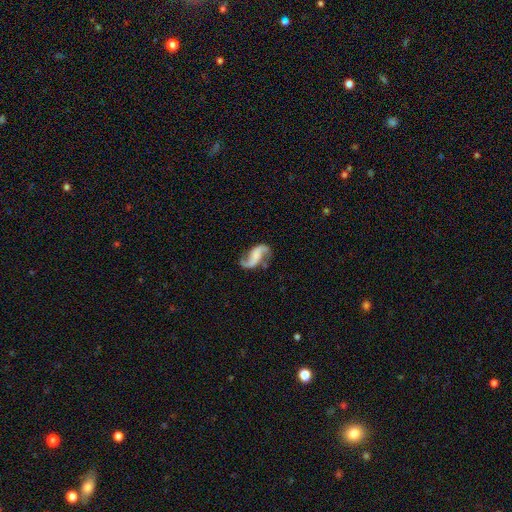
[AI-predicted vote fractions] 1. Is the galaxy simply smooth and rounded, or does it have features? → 88% featured or disk, 7% smooth, 5% star or artifact.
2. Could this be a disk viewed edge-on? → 98% no, 2% yes.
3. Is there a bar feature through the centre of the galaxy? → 43% no, 34% weak, 22% strong.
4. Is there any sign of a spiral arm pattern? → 97% yes, 3% no.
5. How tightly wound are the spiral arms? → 69% loose, 26% medium, 6% tight.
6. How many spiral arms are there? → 93% 2, 3% 1, 2% can't tell, 1% 3, 1% 4, 1% more than 4.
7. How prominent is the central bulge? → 55% none, 19% small, 14% moderate, 10% large, 3% dominant.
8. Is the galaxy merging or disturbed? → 74% none, 15% minor disturbance, 9% major disturbance, 3% merger.